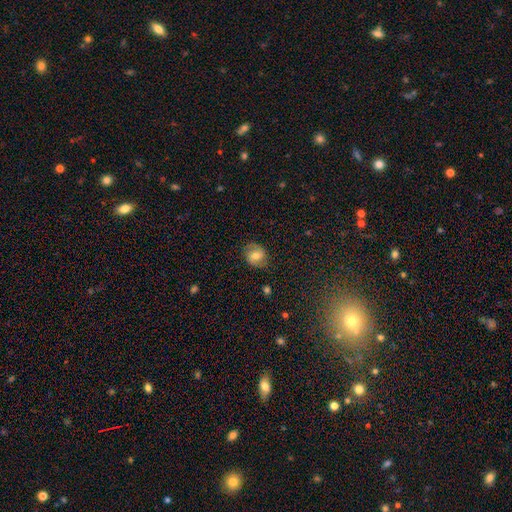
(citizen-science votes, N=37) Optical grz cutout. It shows a featured or disk galaxy (57%) with no bar (55%), 2 (94%) medium (56%) spiral arms (90%) and a moderate central bulge (80%). Merging: none (80%).